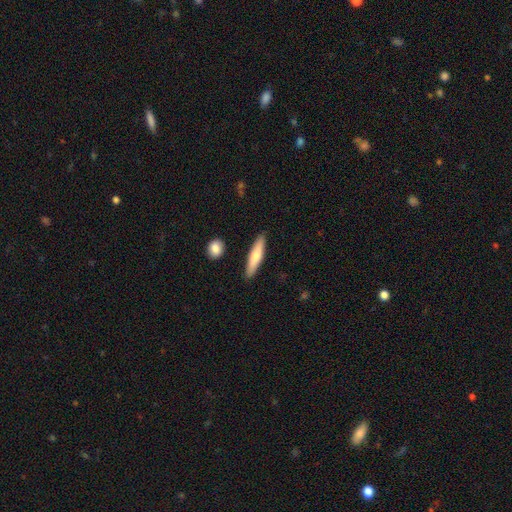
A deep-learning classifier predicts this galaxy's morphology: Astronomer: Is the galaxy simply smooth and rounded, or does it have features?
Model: smooth — 64%.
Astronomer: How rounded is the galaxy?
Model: cigar-shaped — 82%.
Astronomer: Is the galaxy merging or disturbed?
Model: none — 89%.